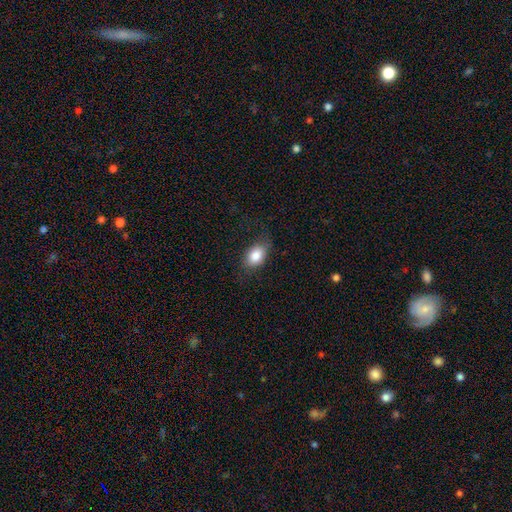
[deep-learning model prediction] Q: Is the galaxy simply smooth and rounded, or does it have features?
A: smooth — 83%.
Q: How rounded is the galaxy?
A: in between — 83%.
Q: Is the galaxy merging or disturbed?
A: none — 71%.